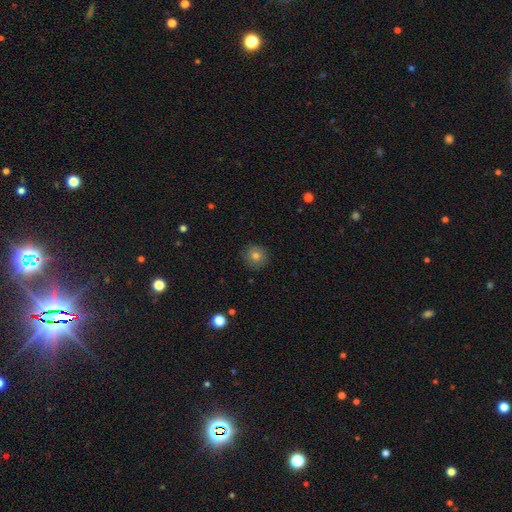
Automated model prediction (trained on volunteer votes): A smooth galaxy with no disk features (75%) that is round (93%).

Vote fractions:
- Smooth or featured? smooth: 75% / featured or disk: 13% / star or artifact: 12%
- How rounded? round: 93% / in between: 6% / cigar-shaped: 1%
- Merging? none: 87% / minor disturbance: 10% / major disturbance: 2% / merger: 1%